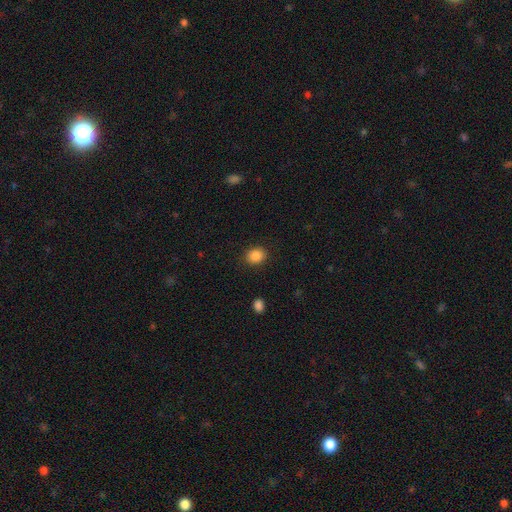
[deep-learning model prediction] smooth_or_featured: smooth (p=0.87) [alt: star or artifact p=0.09]
how_rounded: round (p=0.64) [alt: in between p=0.36]
merging: none (p=0.89) [alt: minor disturbance p=0.08]